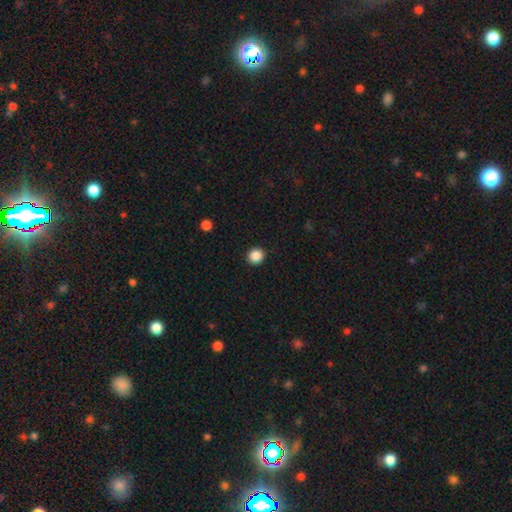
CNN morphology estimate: Smooth or featured: smooth — 87% (star or artifact — 10%)
How rounded: round — 93% (in between — 6%)
Merging: none — 93% (minor disturbance — 5%)